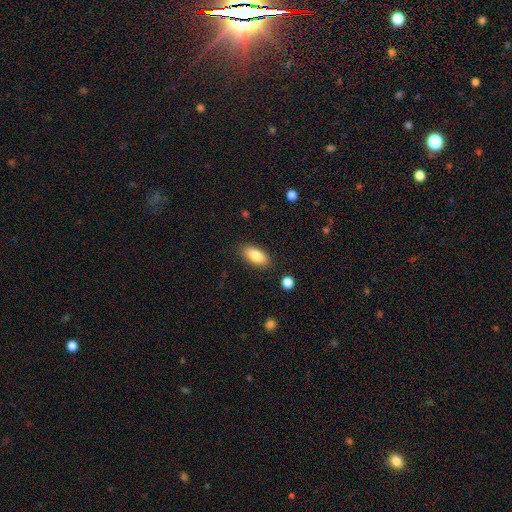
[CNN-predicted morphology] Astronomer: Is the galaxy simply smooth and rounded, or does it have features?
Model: smooth — 84%.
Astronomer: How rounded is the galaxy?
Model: in between — 87%.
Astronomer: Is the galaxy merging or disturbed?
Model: none — 87%.